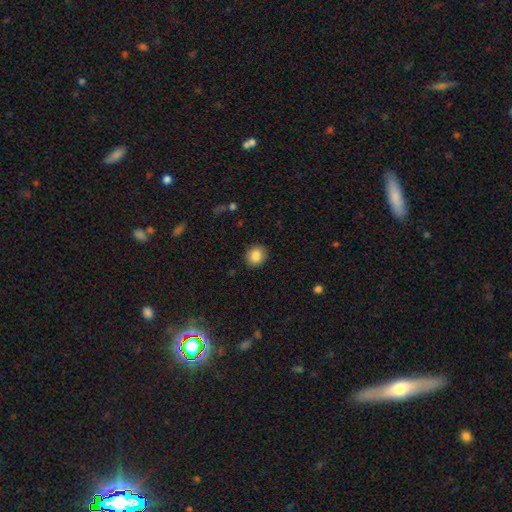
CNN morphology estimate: A smooth galaxy with no disk features (86%) that is round (82%).

Vote fractions:
- Smooth or featured? smooth: 86% / star or artifact: 9% / featured or disk: 5%
- How rounded? round: 82% / in between: 17% / cigar-shaped: 1%
- Merging? none: 90% / minor disturbance: 7% / major disturbance: 2% / merger: 1%